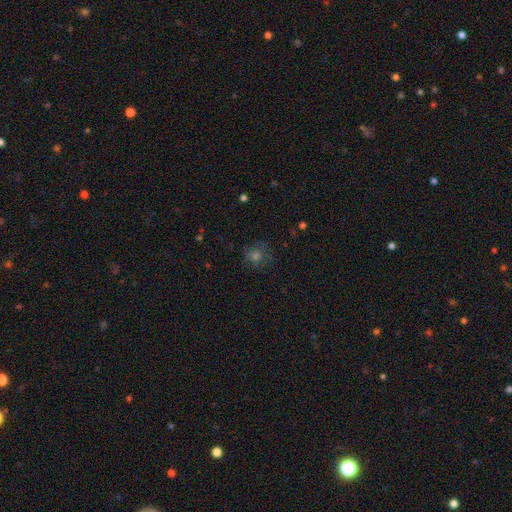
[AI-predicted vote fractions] Overall: smooth (51%; star or artifact 28%). How rounded: round (82%). Merging: none (73%).